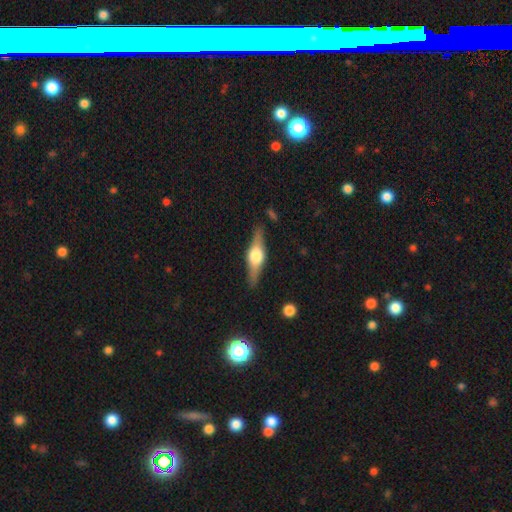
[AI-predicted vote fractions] This appears to be a featured or disk galaxy (70%) viewed edge-on (96%) with a rounded central bulge (93%). Merging: none (85%).